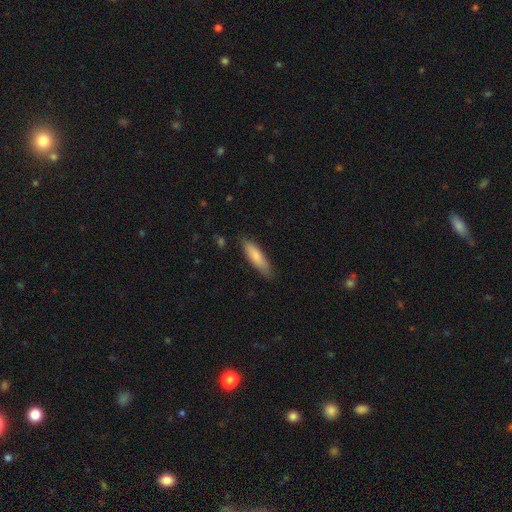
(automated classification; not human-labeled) Q: Smooth or featured?
A: smooth (81%); runner-up: featured or disk (13%)
Q: How rounded?
A: cigar-shaped (66%); runner-up: in between (33%)
Q: Merging?
A: none (82%); runner-up: minor disturbance (14%)